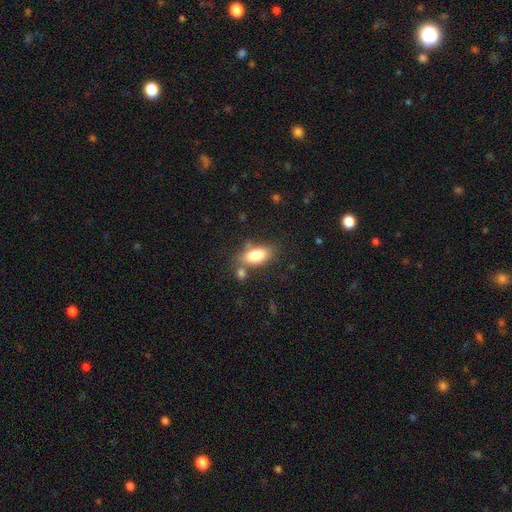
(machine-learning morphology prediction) A smooth galaxy with no disk features (83%) that is in between round and cigar-shaped (87%). Merging: none (62%).